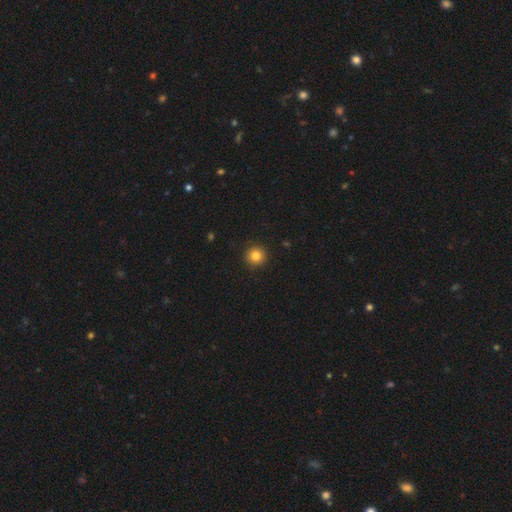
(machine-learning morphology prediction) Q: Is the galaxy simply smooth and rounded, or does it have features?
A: smooth — 83%.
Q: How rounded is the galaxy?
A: round — 96%.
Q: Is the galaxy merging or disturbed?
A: none — 93%.